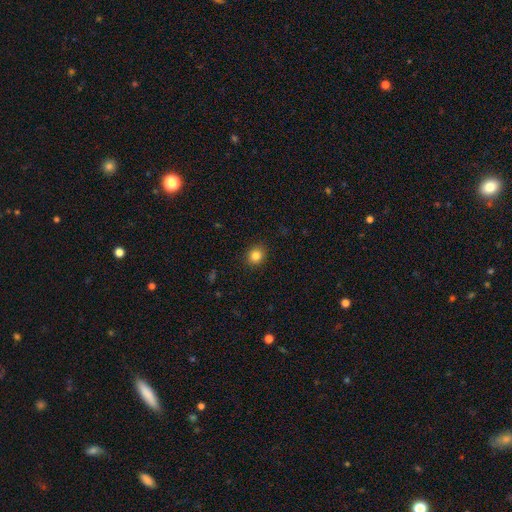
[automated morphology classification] Smooth or featured: smooth — 84% (star or artifact — 11%)
How rounded: round — 77% (in between — 22%)
Merging: none — 90% (minor disturbance — 7%)